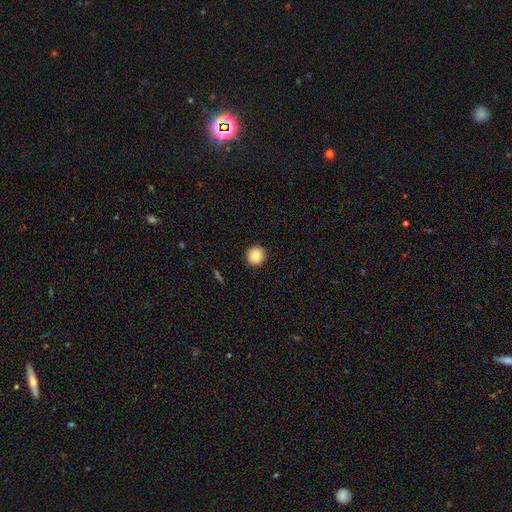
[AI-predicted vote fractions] A smooth galaxy with no disk features (87%) that is round (95%).

Vote fractions:
- Smooth or featured? smooth: 87% / star or artifact: 9% / featured or disk: 4%
- How rounded? round: 95% / in between: 4% / cigar-shaped: 1%
- Merging? none: 93% / minor disturbance: 5% / major disturbance: 2% / merger: 1%